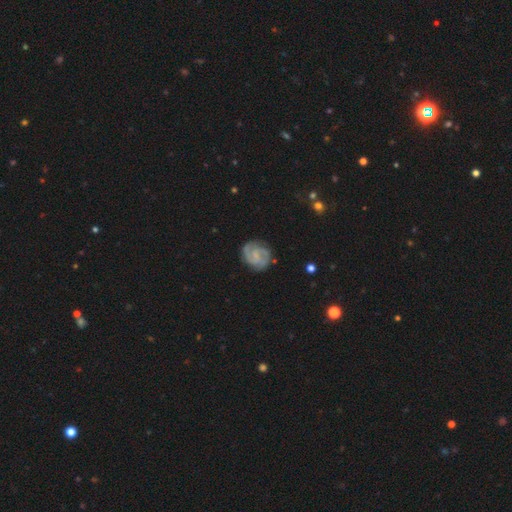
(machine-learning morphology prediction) This is likely a featured or disk galaxy (78%). It is clearly not viewed edge-on (98%). Bar: possibly weak (50%). Spiral arm pattern: clearly yes (94%). Spiral arm count: likely 2 (76%). Spiral winding: marginally tight (44%, tied with medium). Central bulge: possibly none (46%). Merging: likely none (78%).